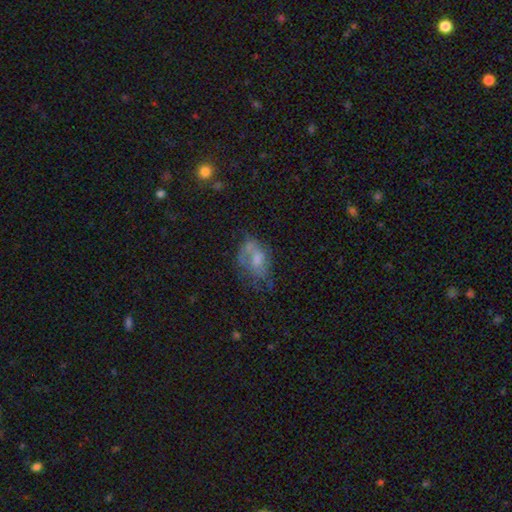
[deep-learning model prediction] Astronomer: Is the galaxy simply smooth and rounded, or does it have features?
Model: featured or disk — 46% (runner-up: smooth, 42%).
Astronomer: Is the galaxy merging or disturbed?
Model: none — 35% (runner-up: major disturbance, 30%).